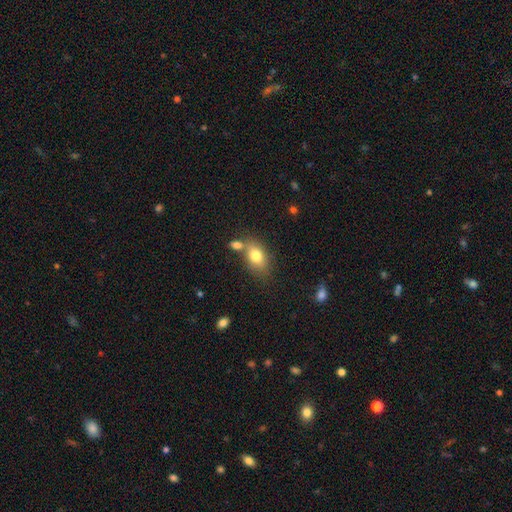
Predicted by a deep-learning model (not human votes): A smooth galaxy with no disk features (78%) that is in between round and cigar-shaped (82%). Merging: none (57%).